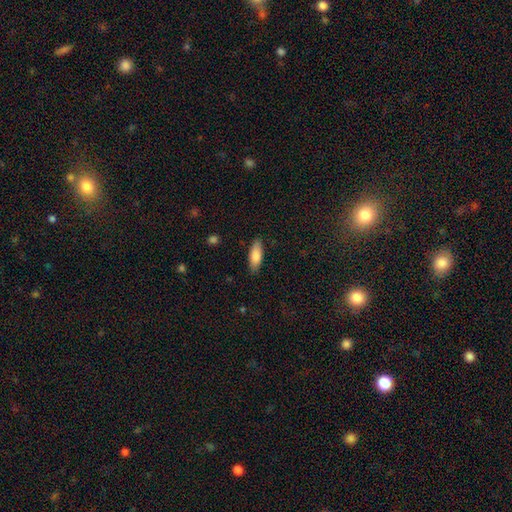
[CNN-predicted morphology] smooth 82%, featured or disk 12%, star or artifact 6%. Down the decision tree: how rounded — in between (66%); merging — none (86%).